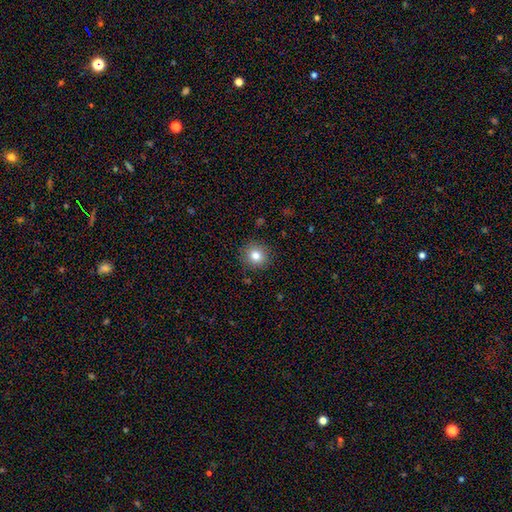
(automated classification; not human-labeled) Morphology: type=smooth (81%); roundness=round (89%); merging=none (89%).